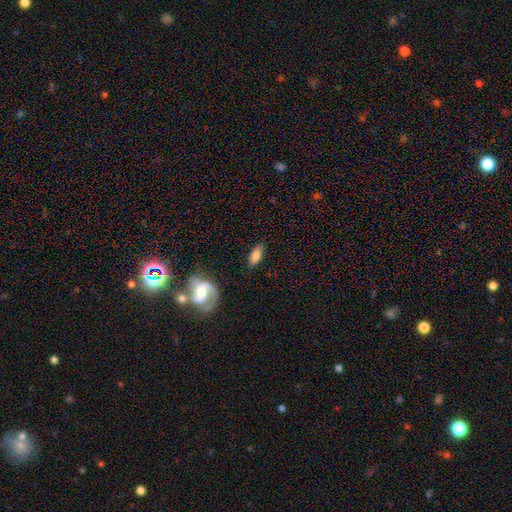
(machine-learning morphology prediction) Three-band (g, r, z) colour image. It shows a smooth galaxy with no disk features (73%) that is in between round and cigar-shaped (77%). Merging: none (79%).